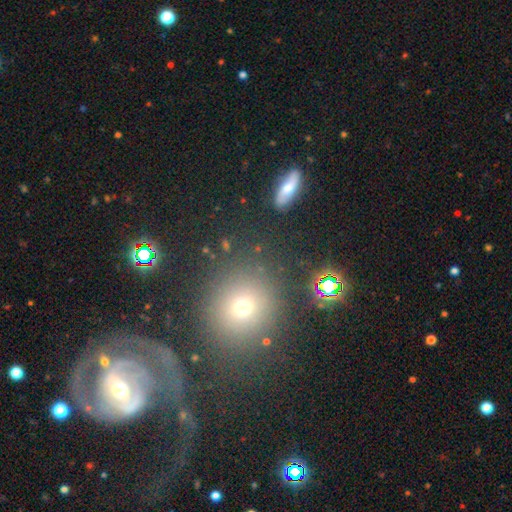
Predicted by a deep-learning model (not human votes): smooth_or_featured: smooth (p=0.41) [alt: featured or disk p=0.38]
merging: none (p=0.73) [alt: minor disturbance p=0.11]